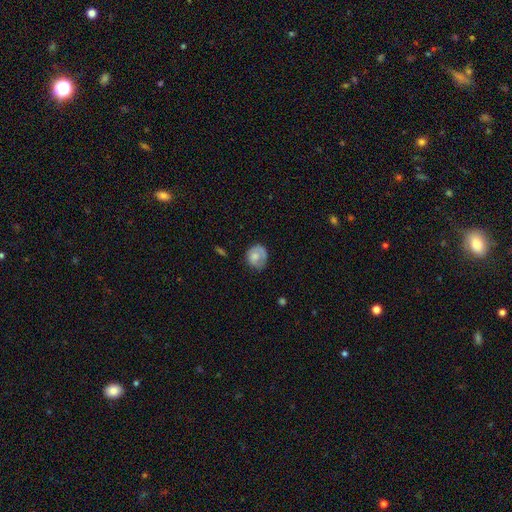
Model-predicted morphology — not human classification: type=smooth (68%); roundness=round (74%); merging=none (55%).